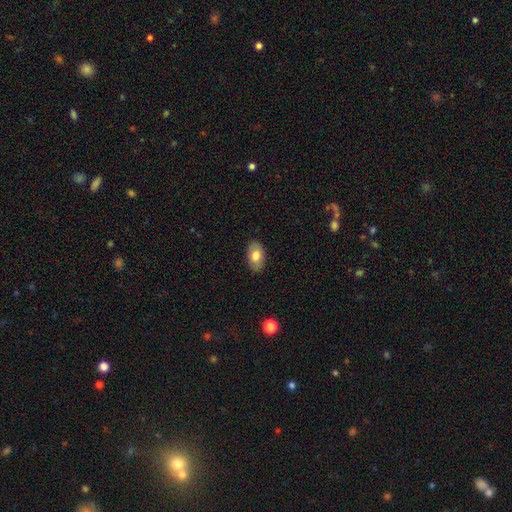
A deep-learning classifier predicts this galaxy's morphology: Smooth or featured: smooth — 78% (featured or disk — 15%)
How rounded: in between — 91% (round — 8%)
Merging: none — 86% (minor disturbance — 10%)